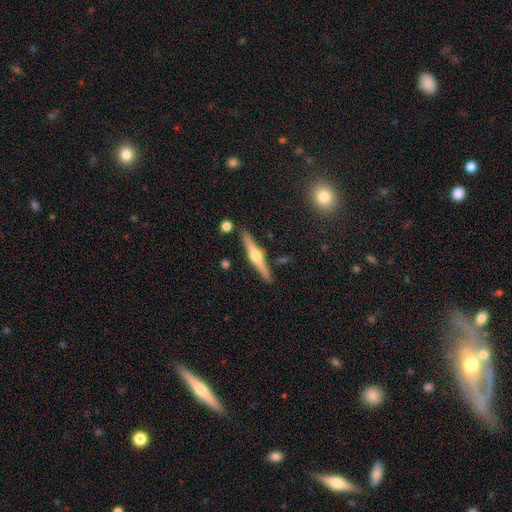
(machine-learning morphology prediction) smooth-or-featured: featured or disk: 74% | smooth: 20% | star or artifact: 6%
  disk-edge-on: yes: 98% | no: 2%
    edge-on-bulge: rounded: 94% | boxy: 3% | none: 2%
  merging: none: 88% | minor disturbance: 8% | merger: 3% | major disturbance: 2%